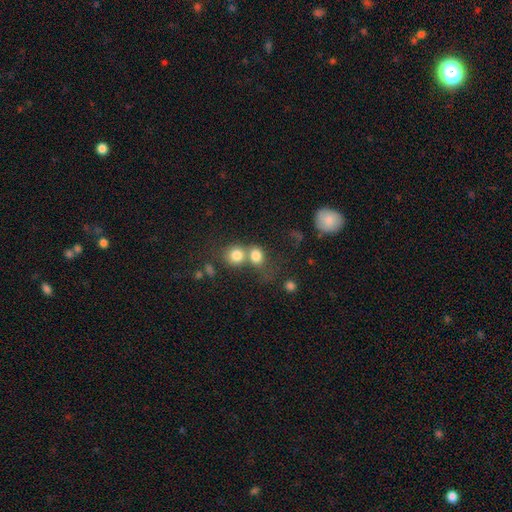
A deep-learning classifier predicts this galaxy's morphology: smooth 79%, star or artifact 11%, featured or disk 10%. Down the decision tree: how rounded — round (71%); merging — merger (54%).